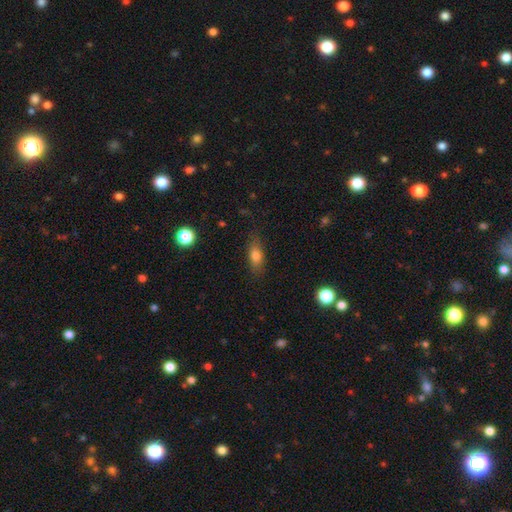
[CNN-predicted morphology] The model was most divided on "how rounded": in between: 74%, cigar-shaped: 19%, round: 7%. More confident: merging — none (78%); smooth or featured — smooth (76%).